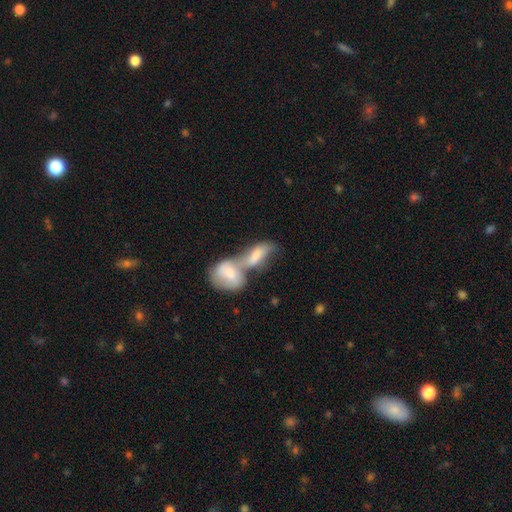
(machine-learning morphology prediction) type=smooth (66%); roundness=in between (80%); merging=merger (77%).